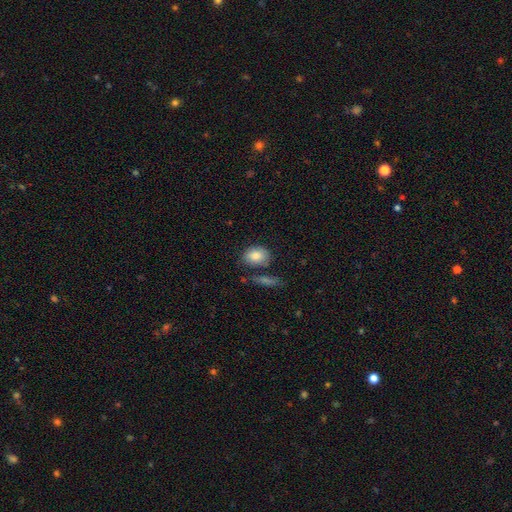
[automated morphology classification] A smooth galaxy with no disk features (84%) that is in between round and cigar-shaped (65%).

Vote fractions:
- Smooth or featured? smooth: 84% / featured or disk: 9% / star or artifact: 7%
- How rounded? in between: 65% / round: 33% / cigar-shaped: 2%
- Merging? none: 67% / minor disturbance: 18% / merger: 10% / major disturbance: 5%